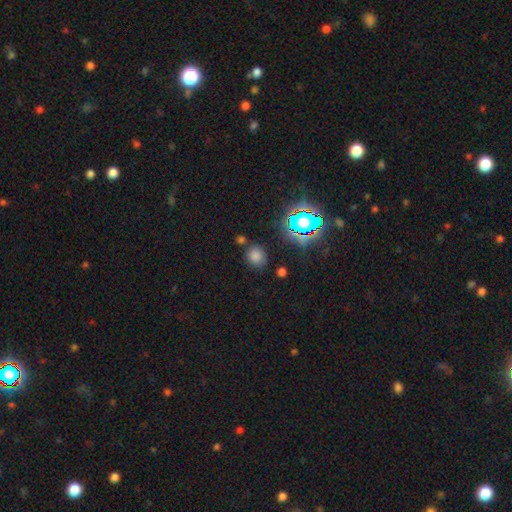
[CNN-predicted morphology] The model was most divided on "smooth or featured": smooth: 64%, star or artifact: 29%, featured or disk: 7%. More confident: merging — none (81%); how rounded — round (70%).